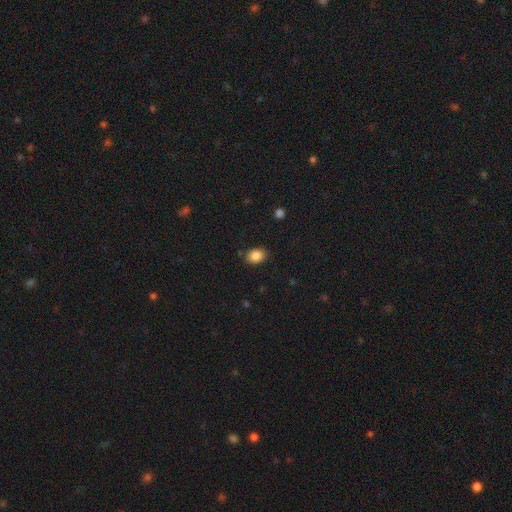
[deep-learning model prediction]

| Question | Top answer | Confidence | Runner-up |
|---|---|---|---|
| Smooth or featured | smooth | 86% | star or artifact (9%) |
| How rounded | in between | 71% | round (28%) |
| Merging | none | 84% | minor disturbance (11%) |